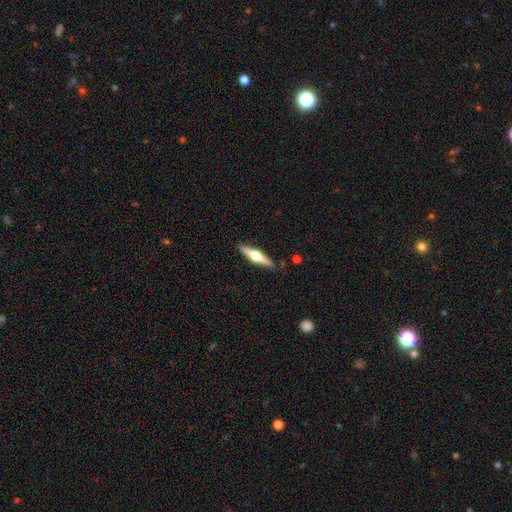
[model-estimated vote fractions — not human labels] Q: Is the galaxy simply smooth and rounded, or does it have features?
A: featured or disk — 59%.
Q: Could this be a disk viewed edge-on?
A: yes — 97%.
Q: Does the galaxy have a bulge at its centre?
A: rounded — 94%.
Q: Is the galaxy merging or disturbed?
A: none — 89%.